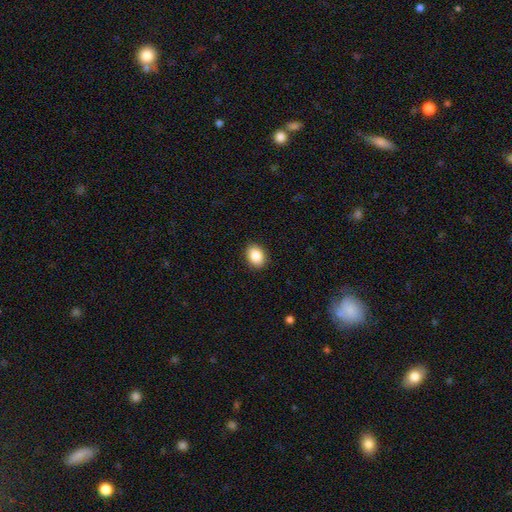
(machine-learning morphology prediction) Smooth or featured?
  - smooth: 87% *
  - star or artifact: 8%
  - featured or disk: 5%
How rounded?
  - in between: 62% *
  - round: 37%
  - cigar-shaped: 1%
Merging?
  - none: 90% *
  - minor disturbance: 8%
  - major disturbance: 2%
  - merger: 1%